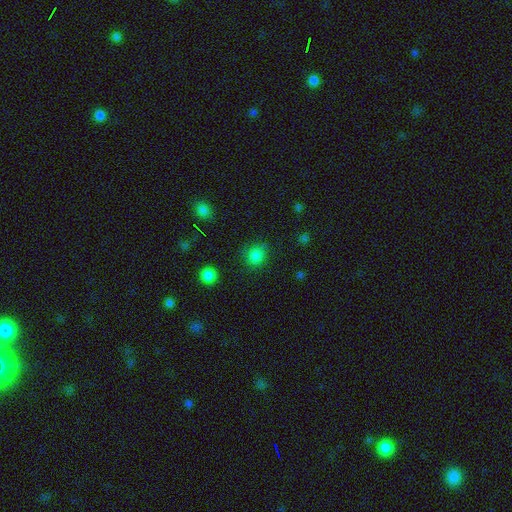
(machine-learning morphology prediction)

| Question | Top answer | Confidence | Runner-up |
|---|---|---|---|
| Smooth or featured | smooth | 82% | star or artifact (15%) |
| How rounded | round | 78% | in between (21%) |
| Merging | none | 77% | minor disturbance (17%) |